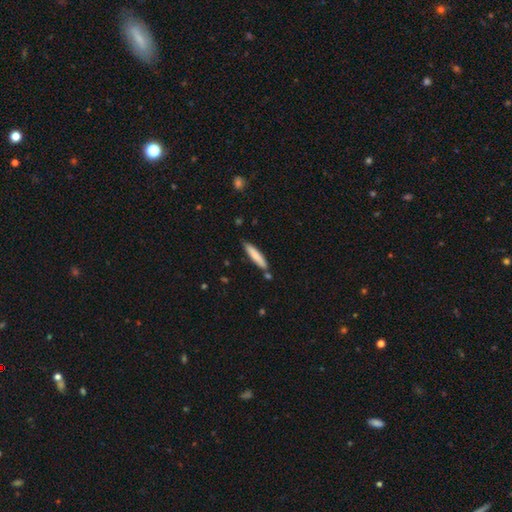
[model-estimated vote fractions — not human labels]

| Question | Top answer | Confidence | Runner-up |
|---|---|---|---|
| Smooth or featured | smooth | 78% | featured or disk (17%) |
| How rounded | cigar-shaped | 85% | in between (13%) |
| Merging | none | 80% | minor disturbance (13%) |